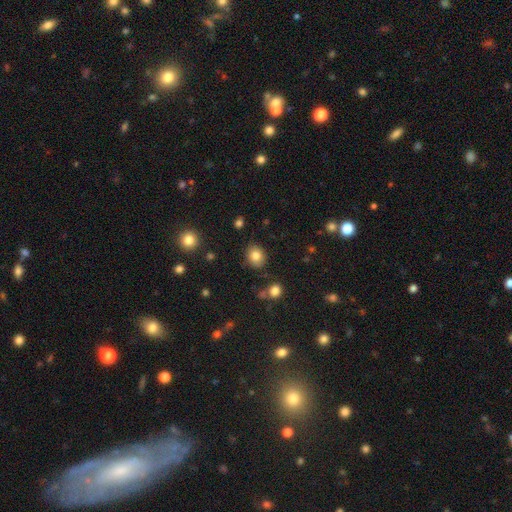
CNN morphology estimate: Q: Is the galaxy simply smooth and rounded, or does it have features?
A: smooth — 82%.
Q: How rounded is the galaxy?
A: round — 59%.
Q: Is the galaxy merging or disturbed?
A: none — 84%.